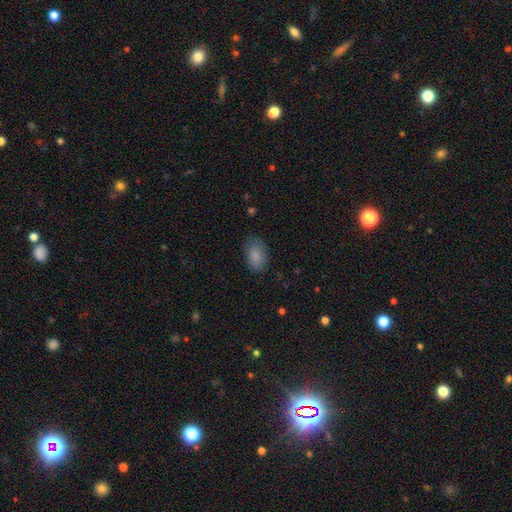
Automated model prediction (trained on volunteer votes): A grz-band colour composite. It shows a smooth galaxy with no disk features (86%) that is in between round and cigar-shaped (90%). Merging: none (75%).